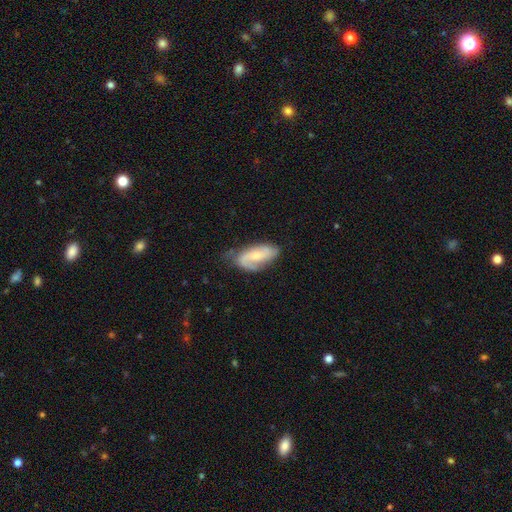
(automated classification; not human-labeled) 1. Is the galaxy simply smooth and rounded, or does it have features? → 66% featured or disk, 28% smooth, 6% star or artifact.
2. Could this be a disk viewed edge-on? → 94% no, 6% yes.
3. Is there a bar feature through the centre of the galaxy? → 51% no, 37% weak, 11% strong.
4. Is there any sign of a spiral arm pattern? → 91% yes, 9% no.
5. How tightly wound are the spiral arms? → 43% medium, 29% tight, 28% loose.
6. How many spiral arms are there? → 68% 2, 16% 1, 12% can't tell, 3% 3, 1% 4, 1% more than 4.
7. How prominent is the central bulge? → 47% small, 41% moderate, 7% none, 4% large, 1% dominant.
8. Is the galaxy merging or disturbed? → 58% none, 29% minor disturbance, 11% major disturbance, 2% merger.